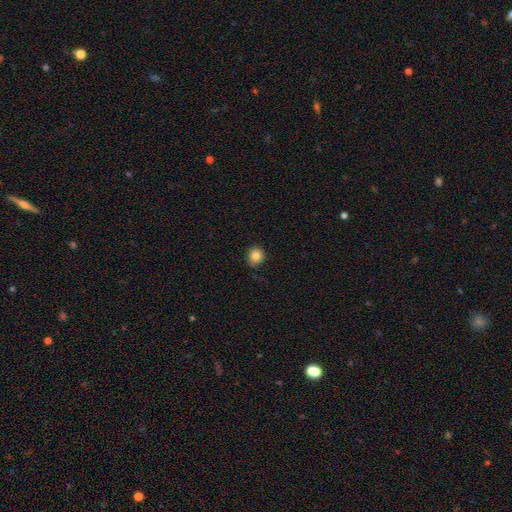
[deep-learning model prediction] Smooth or featured? smooth (83%)
How rounded? round (86%)
Merging? none (83%)